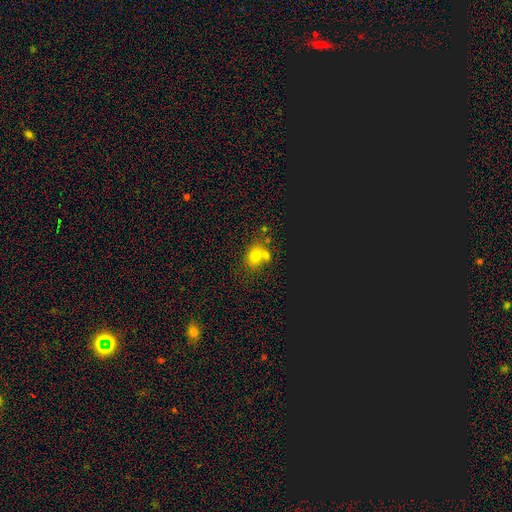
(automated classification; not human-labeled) smooth 69%, star or artifact 18%, featured or disk 12%. Down the decision tree: how rounded — round (54%); merging — none (46%).